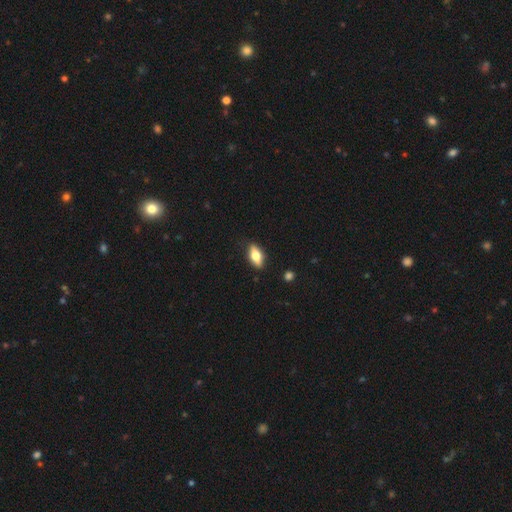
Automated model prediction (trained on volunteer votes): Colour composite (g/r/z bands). It shows a smooth galaxy with no disk features (61%) that is in between round and cigar-shaped (79%). Merging: none (86%).